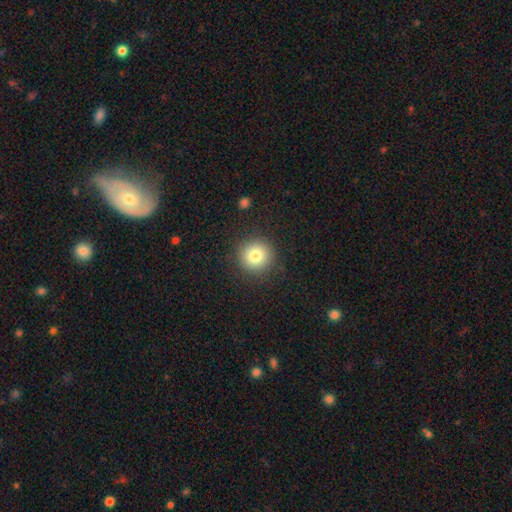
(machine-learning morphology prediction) Smooth or featured? Predicted: smooth (p=0.80). How rounded? Predicted: round (p=0.95). Merging? Predicted: none (p=0.91).